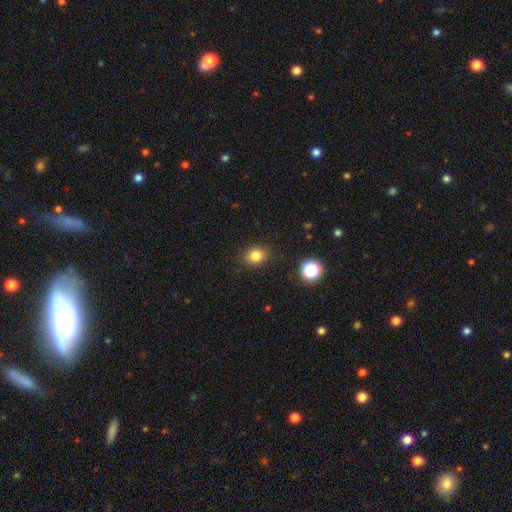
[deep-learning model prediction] Smooth or featured? smooth (81%)
How rounded? round (60%)
Merging? none (88%)